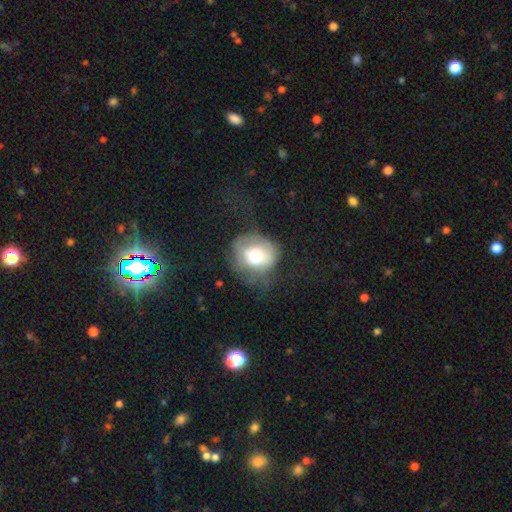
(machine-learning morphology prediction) Smooth or featured: smooth — 56% (featured or disk — 35%)
How rounded: round — 68% (in between — 31%)
Merging: none — 38% (major disturbance — 33%)